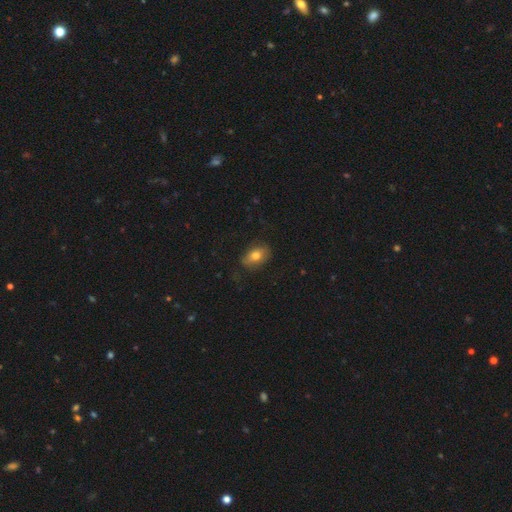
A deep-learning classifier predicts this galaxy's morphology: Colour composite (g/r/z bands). It shows a smooth galaxy with no disk features (74%) that is in between round and cigar-shaped (84%). Merging: none (77%).